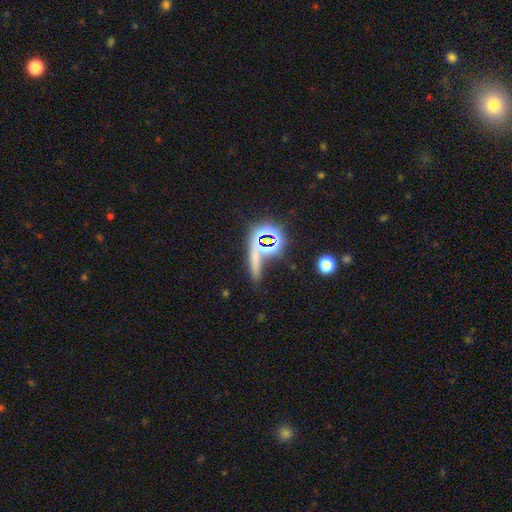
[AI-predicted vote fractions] Q: Smooth or featured?
A: star or artifact (45%); runner-up: smooth (39%)